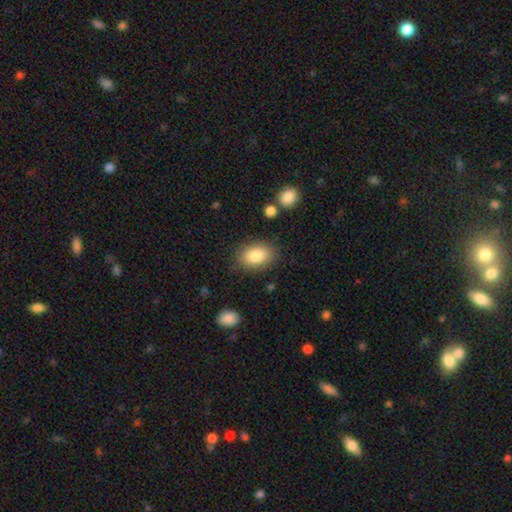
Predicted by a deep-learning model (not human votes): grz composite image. It shows a smooth galaxy with no disk features (86%) that is in between round and cigar-shaped (86%). Merging: none (82%).